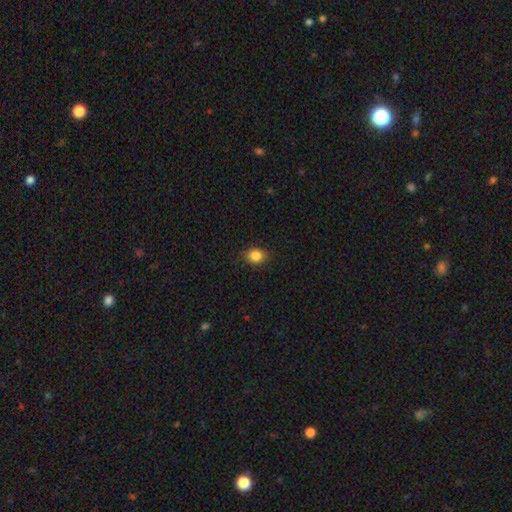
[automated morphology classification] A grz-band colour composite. It shows a smooth galaxy with no disk features (86%) that is round (58%). Merging: none (87%).